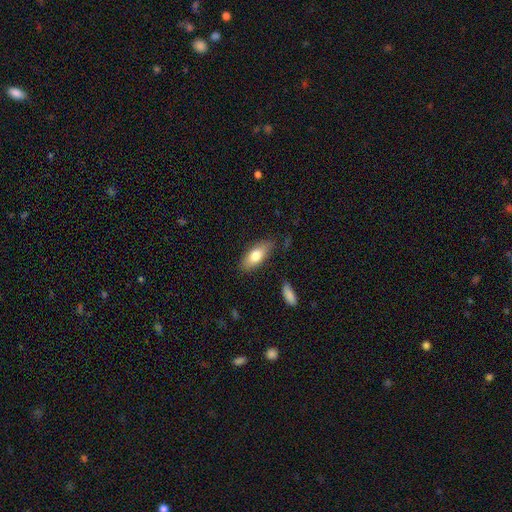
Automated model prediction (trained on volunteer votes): The model was most divided on "smooth or featured": smooth: 76%, featured or disk: 17%, star or artifact: 6%. More confident: how rounded — in between (82%); merging — none (79%).